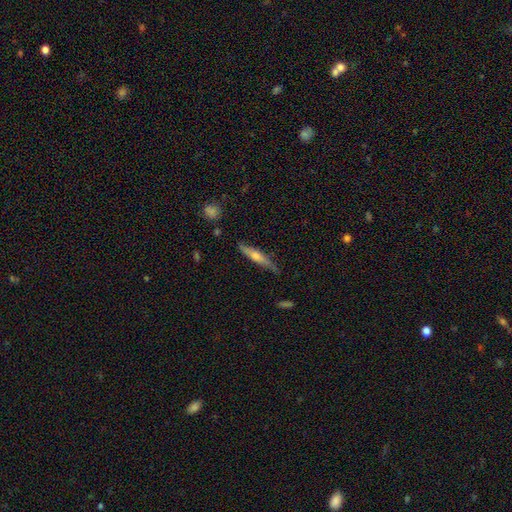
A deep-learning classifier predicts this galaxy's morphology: Overall: featured or disk (50%; smooth 44%). Merging: none (78%).